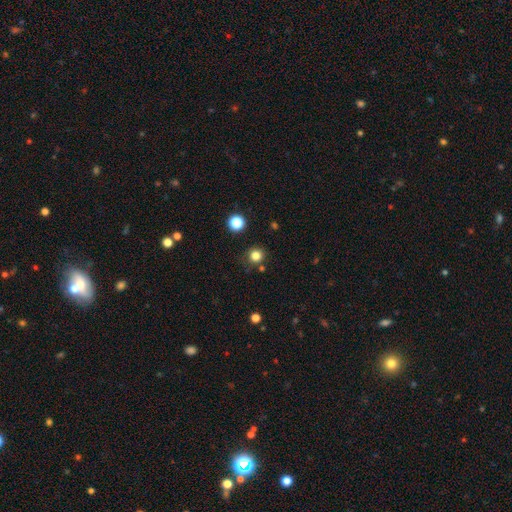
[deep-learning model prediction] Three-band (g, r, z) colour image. It shows a smooth galaxy with no disk features (81%) that is round (92%). Merging: none (83%).